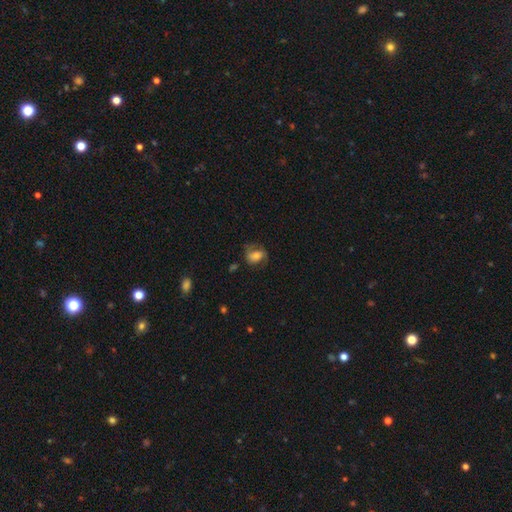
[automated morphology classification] This is possibly a smooth galaxy (56%). How rounded: likely in between (71%). Merging: possibly none (59%).